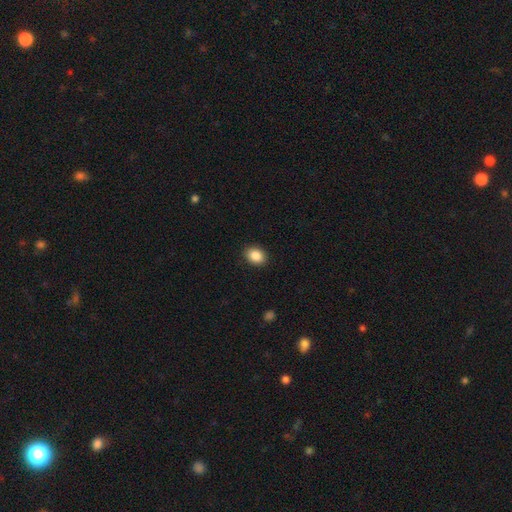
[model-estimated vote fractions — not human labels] Overall: smooth (88%). How rounded: in between (64%; round 35%). Merging: none (90%).